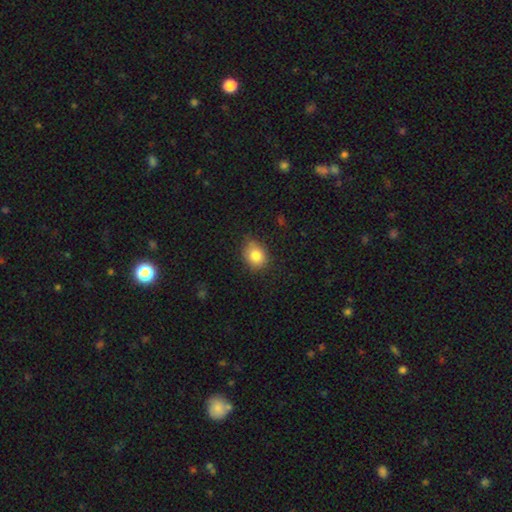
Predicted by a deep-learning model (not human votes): Q: Smooth or featured?
A: smooth (83%); runner-up: star or artifact (9%)
Q: How rounded?
A: in between (50%); runner-up: round (49%)
Q: Merging?
A: none (71%); runner-up: minor disturbance (23%)